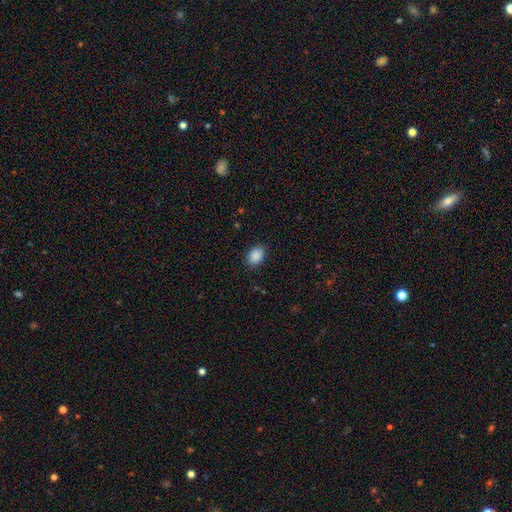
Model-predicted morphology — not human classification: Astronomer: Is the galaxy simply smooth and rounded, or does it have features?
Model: smooth — 89%.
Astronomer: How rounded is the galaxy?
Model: in between — 68%.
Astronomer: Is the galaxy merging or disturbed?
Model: none — 88%.